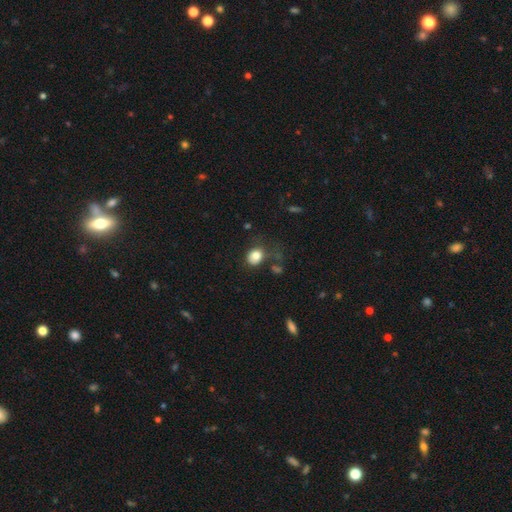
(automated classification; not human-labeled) A smooth galaxy with no disk features (80%) that is round (58%).

Vote fractions:
- Smooth or featured? smooth: 80% / star or artifact: 10% / featured or disk: 10%
- How rounded? round: 58% / in between: 41% / cigar-shaped: 1%
- Merging? none: 55% / minor disturbance: 25% / major disturbance: 14% / merger: 6%